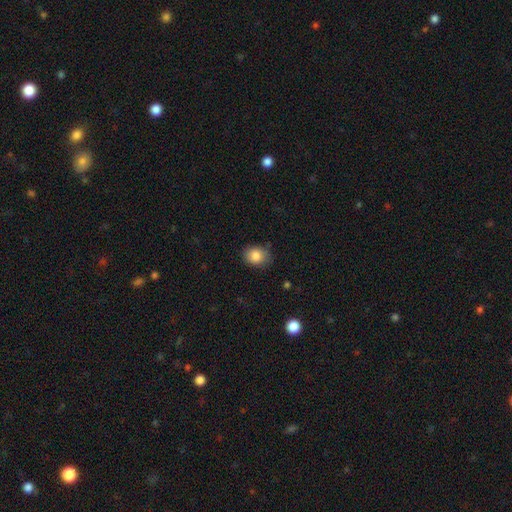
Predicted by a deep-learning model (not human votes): A smooth galaxy with no disk features (84%) that is in between round and cigar-shaped (55%).

Vote fractions:
- Smooth or featured? smooth: 84% / star or artifact: 9% / featured or disk: 7%
- How rounded? in between: 55% / round: 44% / cigar-shaped: 1%
- Merging? none: 78% / minor disturbance: 17% / major disturbance: 4% / merger: 1%